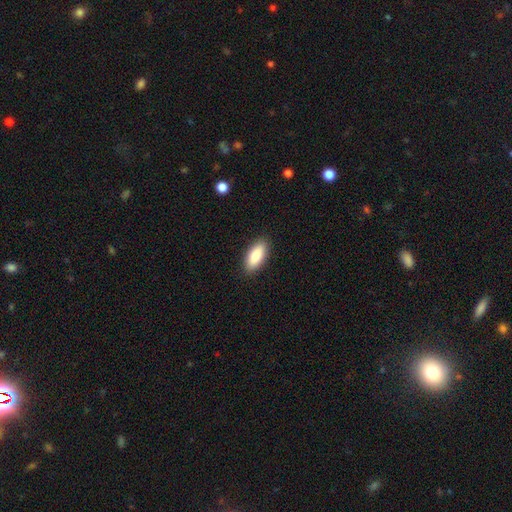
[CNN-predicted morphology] Q: Smooth or featured?
A: smooth (86%); runner-up: featured or disk (8%)
Q: How rounded?
A: in between (86%); runner-up: cigar-shaped (12%)
Q: Merging?
A: none (90%); runner-up: minor disturbance (8%)